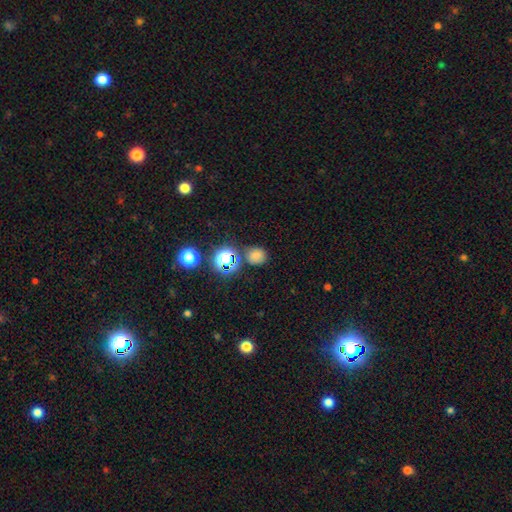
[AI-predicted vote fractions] Smooth or featured: smooth — 69% (star or artifact — 24%)
How rounded: round — 75% (in between — 24%)
Merging: none — 78% (minor disturbance — 12%)